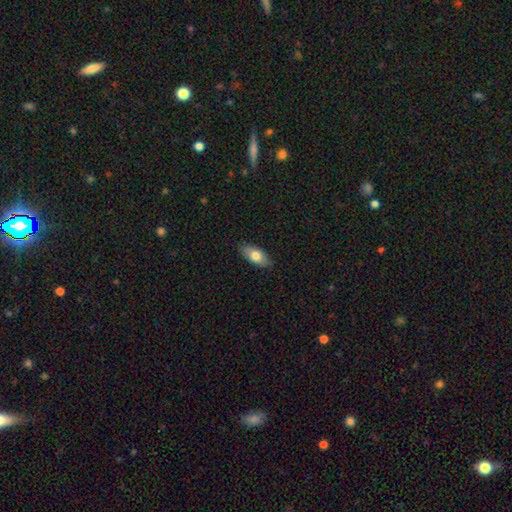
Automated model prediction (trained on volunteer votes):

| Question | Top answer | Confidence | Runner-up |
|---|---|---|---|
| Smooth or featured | smooth | 75% | featured or disk (18%) |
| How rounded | in between | 87% | cigar-shaped (9%) |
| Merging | none | 86% | minor disturbance (11%) |